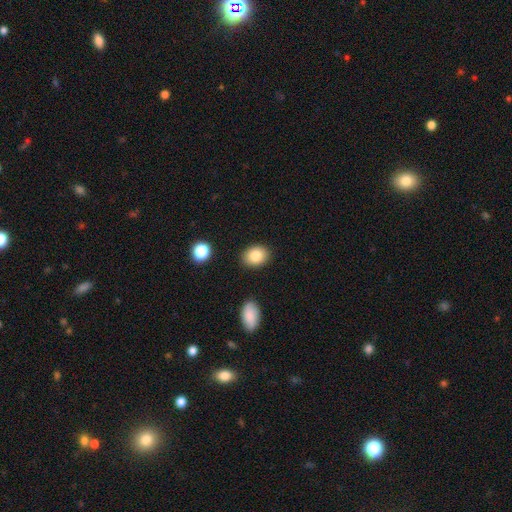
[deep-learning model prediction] smooth_or_featured: smooth (p=0.84) [alt: star or artifact p=0.08]
how_rounded: in between (p=0.66) [alt: round p=0.33]
merging: none (p=0.87) [alt: minor disturbance p=0.09]